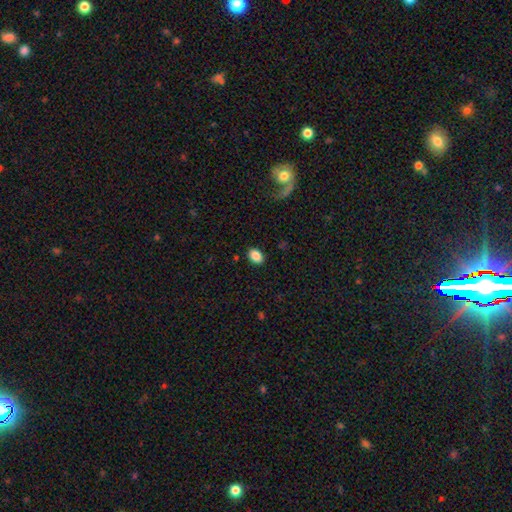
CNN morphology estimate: Smooth or featured: smooth — 87% (star or artifact — 8%)
How rounded: in between — 80% (round — 19%)
Merging: none — 88% (minor disturbance — 8%)